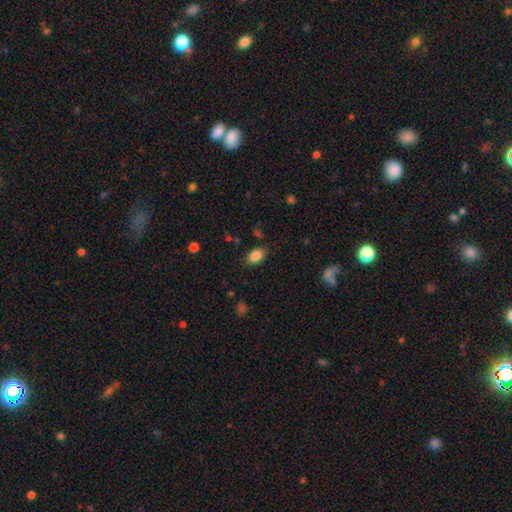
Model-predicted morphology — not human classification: Smooth or featured? smooth (86%)
How rounded? in between (87%)
Merging? none (81%)